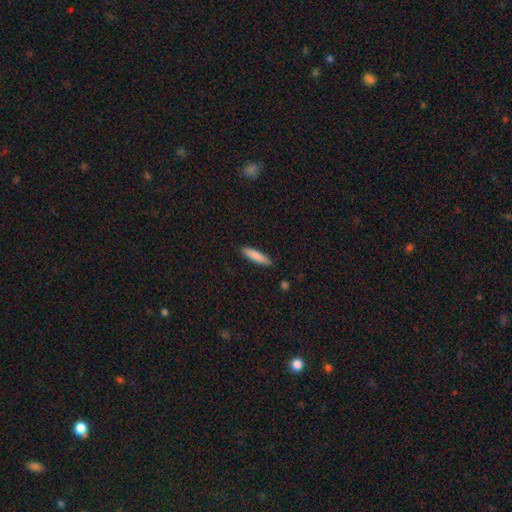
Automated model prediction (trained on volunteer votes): A smooth galaxy with no disk features (83%) that is cigar-shaped (80%). Merging: none (88%).